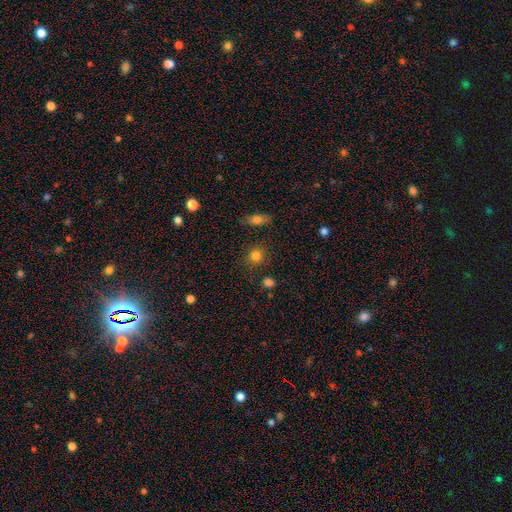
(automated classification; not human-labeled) Smooth or featured: smooth — 82% (star or artifact — 12%)
How rounded: round — 84% (in between — 15%)
Merging: none — 84% (minor disturbance — 10%)